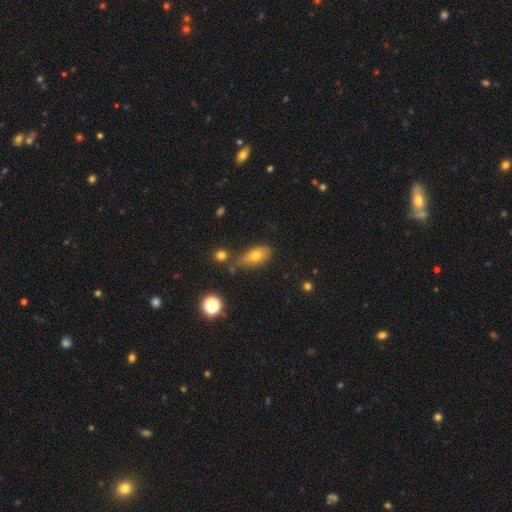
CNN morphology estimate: Overall: smooth (70%). How rounded: in between (84%). Merging: none (61%; minor disturbance 22%).